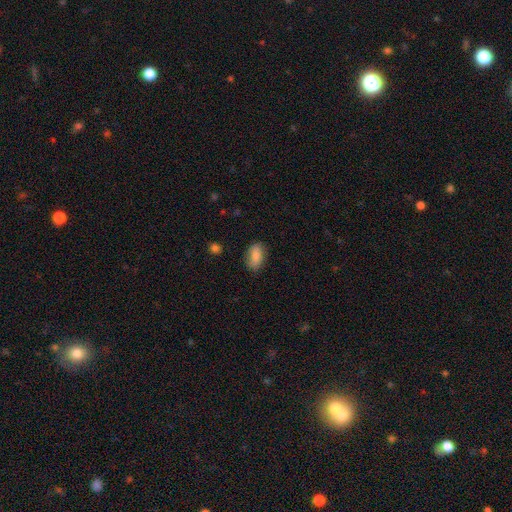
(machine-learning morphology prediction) type=smooth (85%); roundness=in between (90%); merging=none (79%).